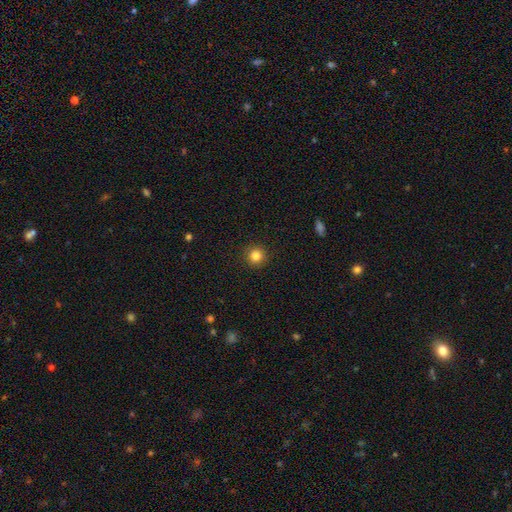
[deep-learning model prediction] Overall: smooth (83%). How rounded: round (95%). Merging: none (92%).